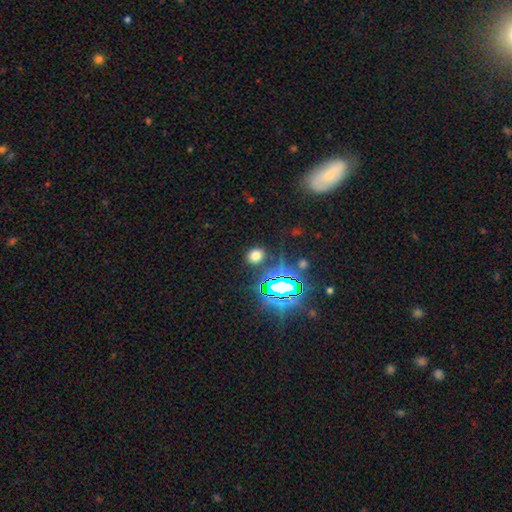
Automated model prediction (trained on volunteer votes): Smooth or featured?
  - smooth: 64% *
  - star or artifact: 29%
  - featured or disk: 7%
How rounded?
  - round: 62% *
  - in between: 37%
  - cigar-shaped: 1%
Merging?
  - none: 85% *
  - minor disturbance: 9%
  - major disturbance: 4%
  - merger: 3%